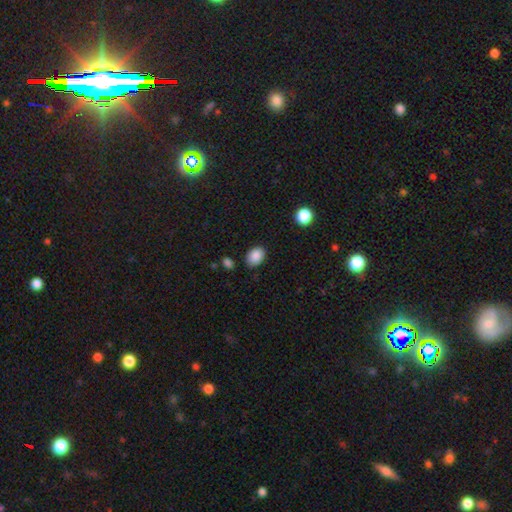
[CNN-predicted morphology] This appears to be a smooth galaxy with no disk features (88%) that is in between round and cigar-shaped (77%). Merging: none (82%).